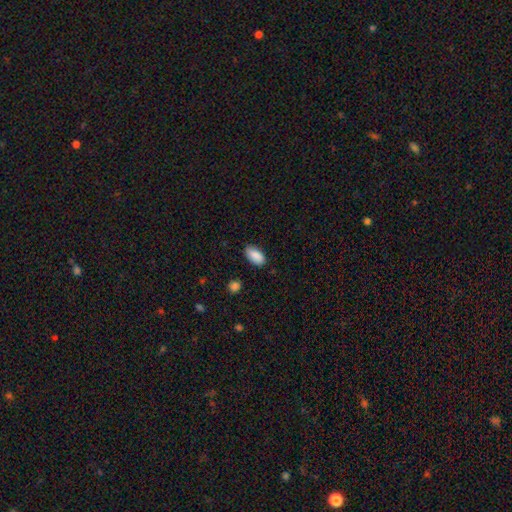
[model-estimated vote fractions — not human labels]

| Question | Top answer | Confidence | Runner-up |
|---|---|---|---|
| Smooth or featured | smooth | 88% | star or artifact (7%) |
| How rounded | in between | 93% | cigar-shaped (4%) |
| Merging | none | 82% | minor disturbance (14%) |